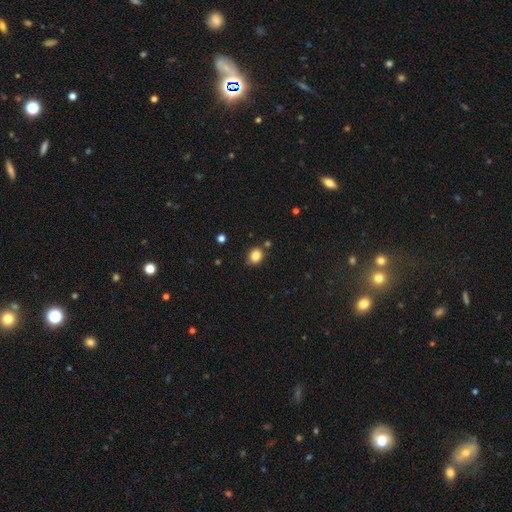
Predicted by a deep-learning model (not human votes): Overall: smooth (84%). How rounded: round (62%; in between 38%). Merging: none (79%).